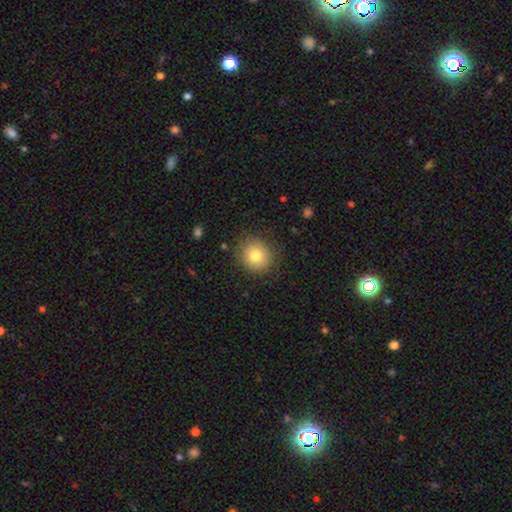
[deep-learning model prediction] A smooth galaxy with no disk features (79%) that is round (87%).

Vote fractions:
- Smooth or featured? smooth: 79% / featured or disk: 12% / star or artifact: 10%
- How rounded? round: 87% / in between: 12% / cigar-shaped: 1%
- Merging? none: 85% / minor disturbance: 11% / major disturbance: 3% / merger: 1%